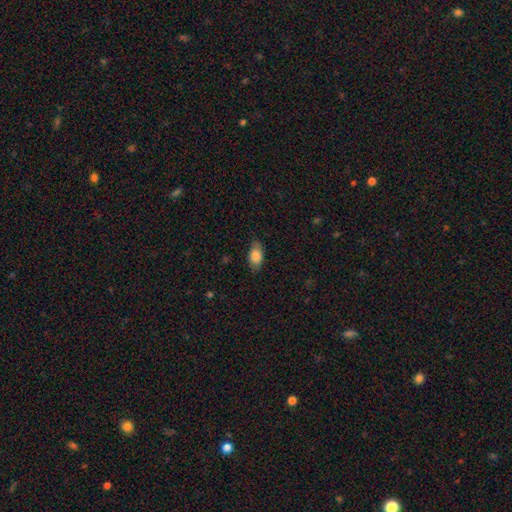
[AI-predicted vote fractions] smooth 83%, featured or disk 10%, star or artifact 7%. Down the decision tree: how rounded — in between (89%); merging — none (77%).